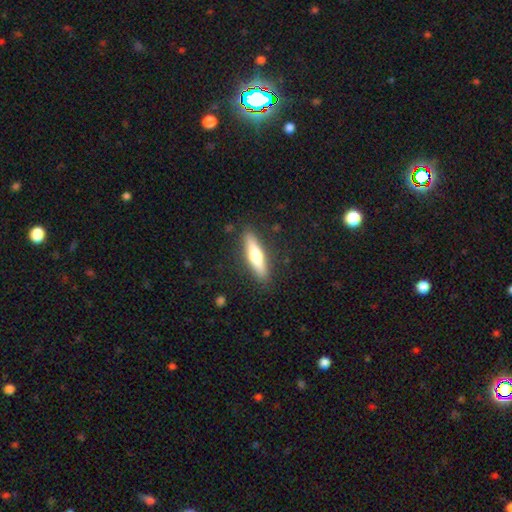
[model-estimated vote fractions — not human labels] smooth_or_featured: smooth (p=0.50) [alt: featured or disk p=0.44]
how_rounded: cigar-shaped (p=0.78) [alt: in between p=0.20]
merging: none (p=0.88) [alt: minor disturbance p=0.09]